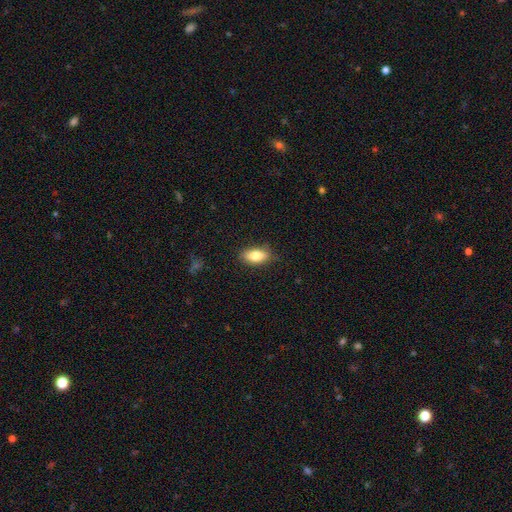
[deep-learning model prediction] Morphology: type=smooth (80%); roundness=in between (88%); merging=none (84%).